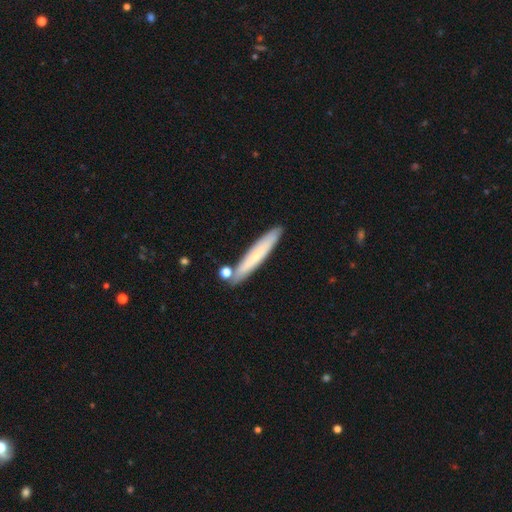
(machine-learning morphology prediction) Smooth or featured? smooth (60%)
How rounded? cigar-shaped (93%)
Merging? none (83%)